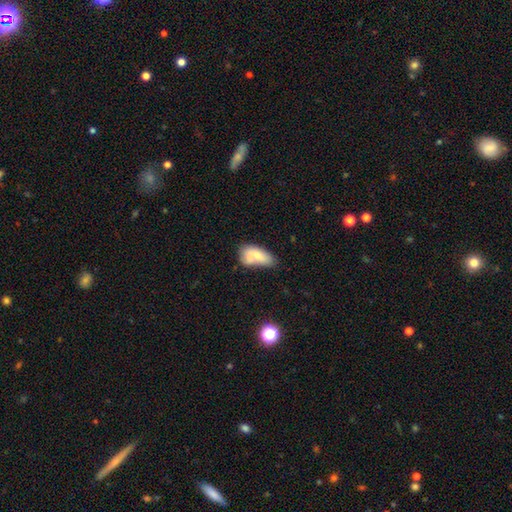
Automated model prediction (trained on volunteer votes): Smooth or featured: smooth — 68% (featured or disk — 24%)
How rounded: in between — 89% (cigar-shaped — 6%)
Merging: none — 32% (merger — 31%)